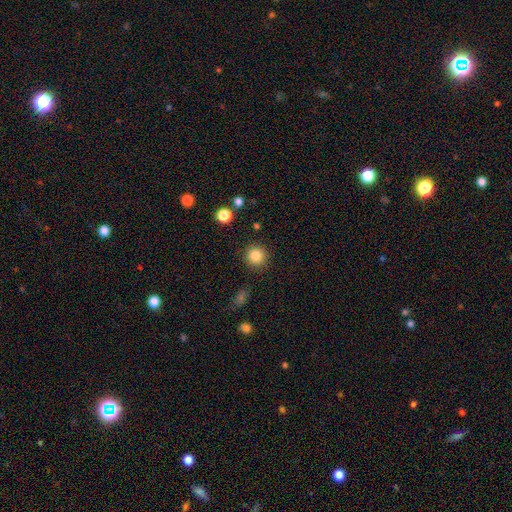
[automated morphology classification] Smooth or featured: smooth — 85% (star or artifact — 10%)
How rounded: round — 94% (in between — 5%)
Merging: none — 90% (minor disturbance — 6%)